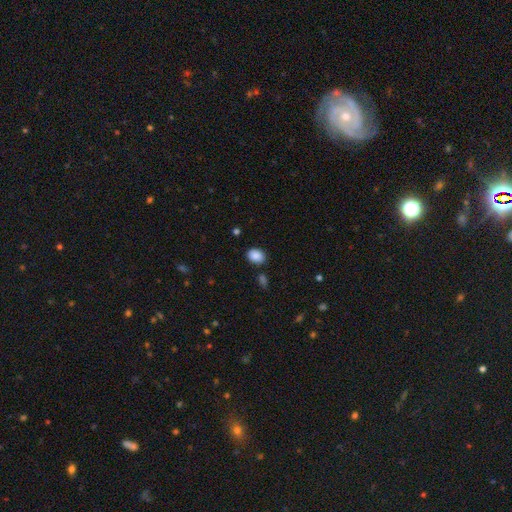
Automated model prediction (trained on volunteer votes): smooth_or_featured: smooth (p=0.88) [alt: star or artifact p=0.08]
how_rounded: in between (p=0.65) [alt: round p=0.34]
merging: none (p=0.83) [alt: minor disturbance p=0.11]